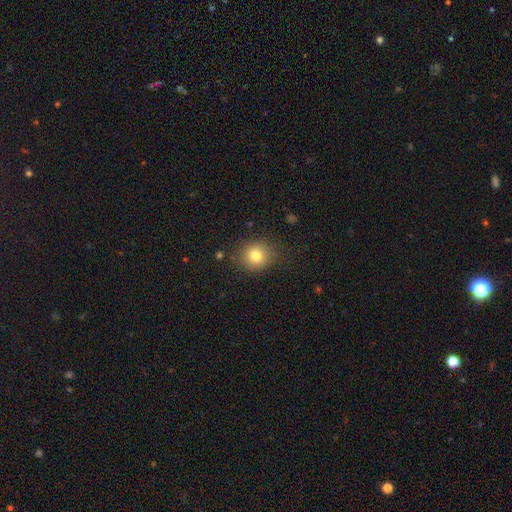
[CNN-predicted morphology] Smooth or featured?
  - smooth: 79% *
  - star or artifact: 12%
  - featured or disk: 9%
How rounded?
  - round: 83% *
  - in between: 16%
  - cigar-shaped: 1%
Merging?
  - none: 83% *
  - minor disturbance: 11%
  - major disturbance: 4%
  - merger: 2%